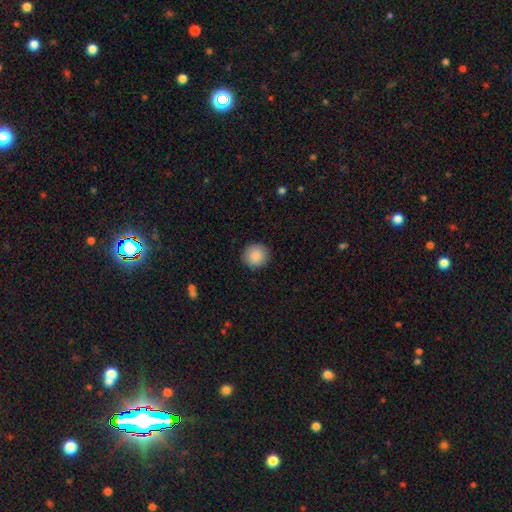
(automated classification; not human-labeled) This appears to be a smooth galaxy with no disk features (89%) that is round (93%). Merging: none (91%).